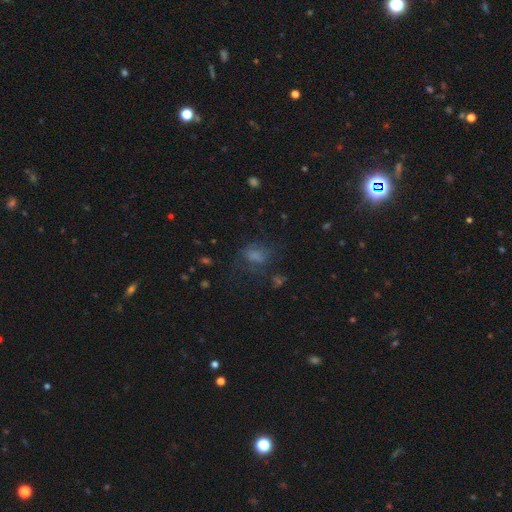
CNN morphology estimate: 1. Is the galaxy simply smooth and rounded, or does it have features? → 61% smooth, 20% star or artifact, 19% featured or disk.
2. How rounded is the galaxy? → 69% in between, 28% round, 3% cigar-shaped.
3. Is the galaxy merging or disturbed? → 45% none, 29% major disturbance, 22% minor disturbance, 4% merger.